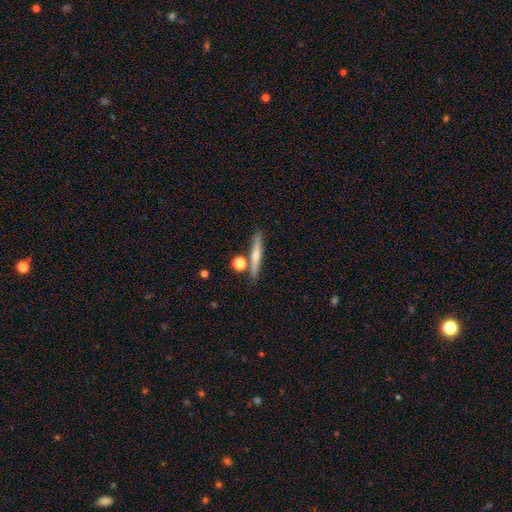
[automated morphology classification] A smooth galaxy with no disk features (49%).

Vote fractions:
- Smooth or featured? smooth: 49% / featured or disk: 44% / star or artifact: 7%
- Merging? none: 78% / merger: 10% / minor disturbance: 9% / major disturbance: 3%